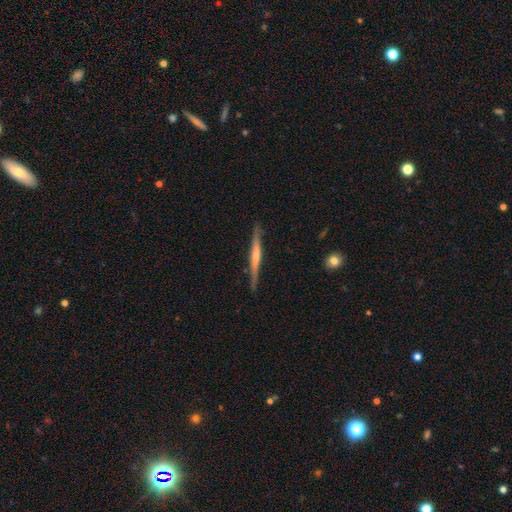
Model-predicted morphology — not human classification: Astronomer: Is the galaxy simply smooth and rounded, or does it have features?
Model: featured or disk — 72%.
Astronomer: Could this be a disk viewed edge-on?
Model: yes — 98%.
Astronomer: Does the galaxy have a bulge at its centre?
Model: rounded — 63%.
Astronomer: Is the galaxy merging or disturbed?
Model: none — 89%.